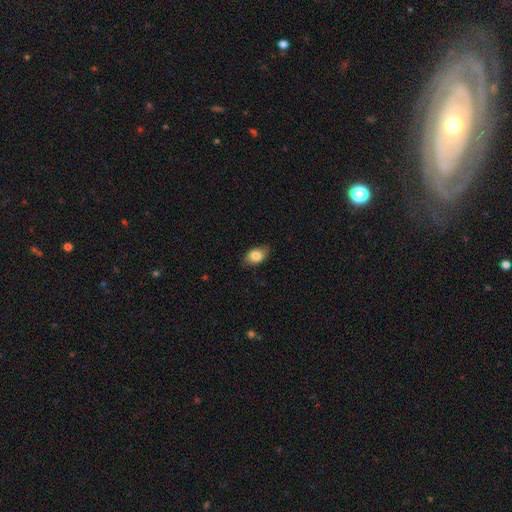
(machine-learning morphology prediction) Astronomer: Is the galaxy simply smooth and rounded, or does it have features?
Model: smooth — 82%.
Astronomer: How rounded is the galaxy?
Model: in between — 87%.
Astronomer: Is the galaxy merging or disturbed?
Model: none — 81%.